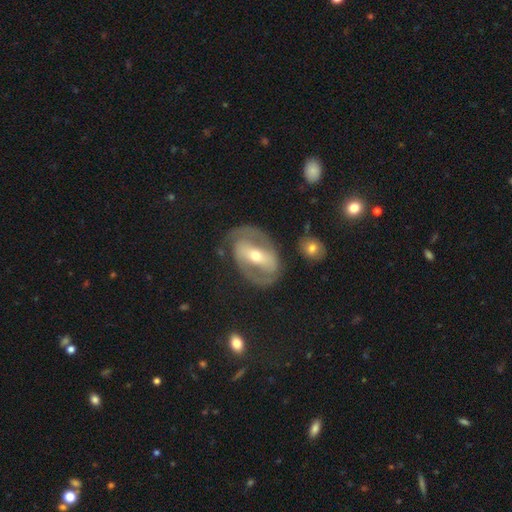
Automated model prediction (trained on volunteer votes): A featured or disk galaxy (82%) with a strong bar (57%), 2 (85%) medium (45%) spiral arms (82%) and a moderate central bulge (52%). Merging: none (71%).